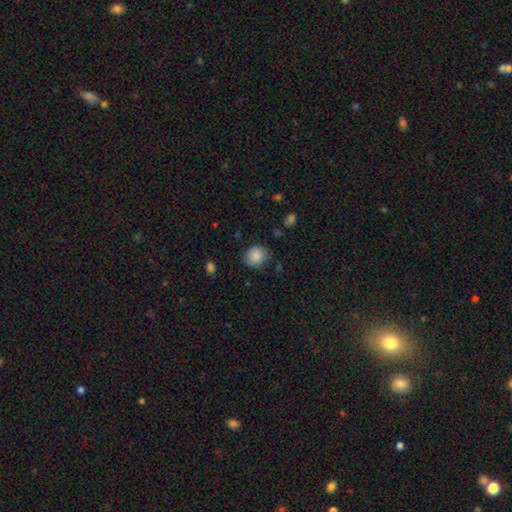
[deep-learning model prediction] The model was most divided on "how rounded": round: 77%, in between: 22%, cigar-shaped: 1%. More confident: smooth or featured — smooth (87%); merging — none (77%).